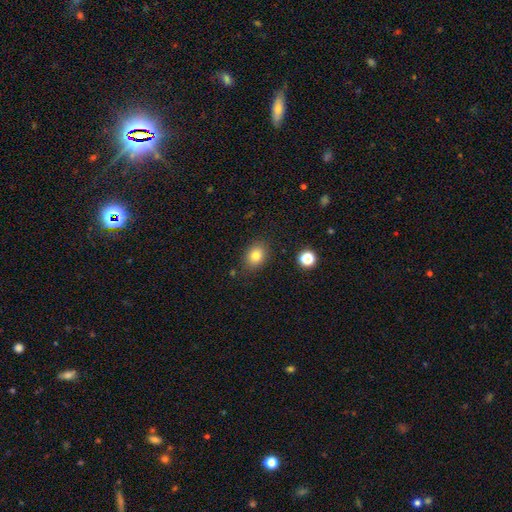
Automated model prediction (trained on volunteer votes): smooth_or_featured: smooth (p=0.81) [alt: star or artifact p=0.11]
how_rounded: in between (p=0.60) [alt: round p=0.39]
merging: none (p=0.84) [alt: minor disturbance p=0.11]